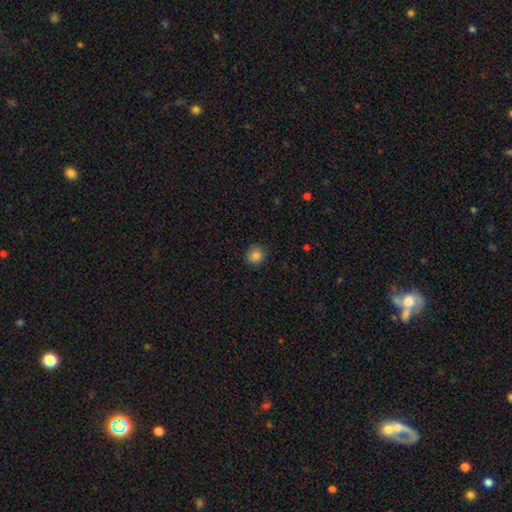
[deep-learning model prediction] Morphology: type=smooth (85%); roundness=round (88%); merging=none (86%).